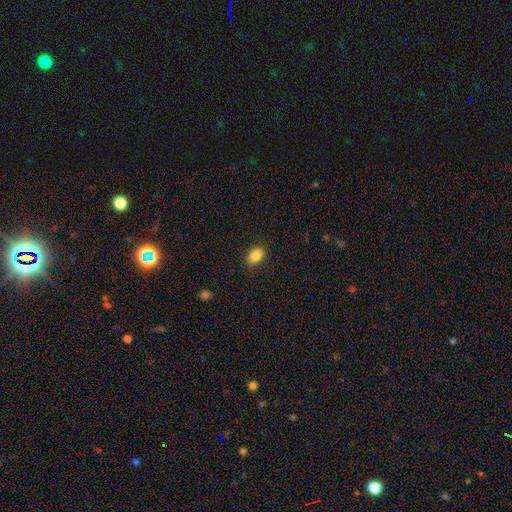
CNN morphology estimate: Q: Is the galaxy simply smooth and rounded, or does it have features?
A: smooth — 86%.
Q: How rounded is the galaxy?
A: in between — 79%.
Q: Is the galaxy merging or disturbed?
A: none — 87%.